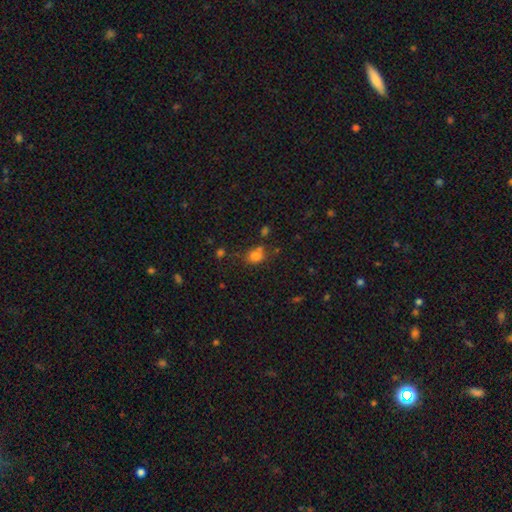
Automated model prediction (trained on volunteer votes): Overall: smooth (78%). How rounded: round (50%; in between 49%). Merging: none (57%; minor disturbance 20%).